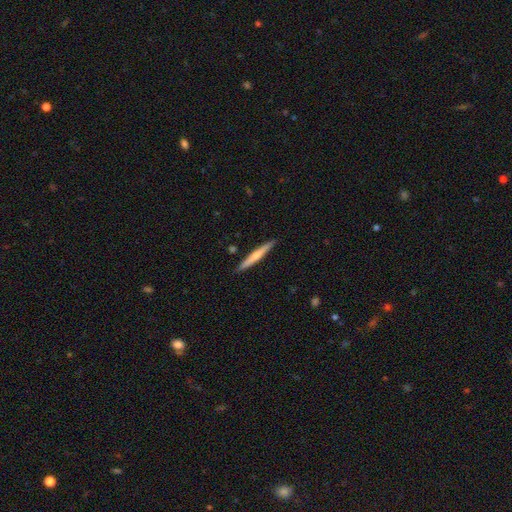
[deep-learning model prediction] smooth 48%, featured or disk 47%, star or artifact 5%. Down the decision tree: merging — none (90%).